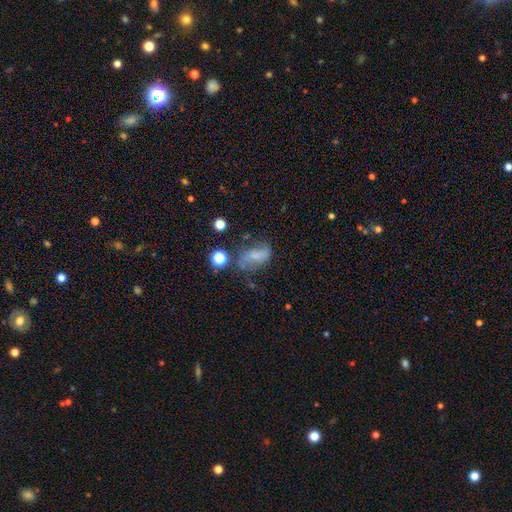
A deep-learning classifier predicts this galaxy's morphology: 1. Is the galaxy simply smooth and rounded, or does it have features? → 47% smooth, 39% featured or disk, 14% star or artifact.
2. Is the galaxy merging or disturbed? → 49% none, 27% minor disturbance, 17% major disturbance, 7% merger.